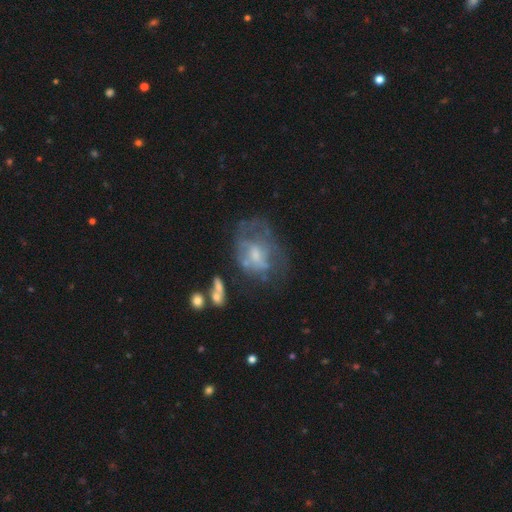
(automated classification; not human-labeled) Morphology: type=featured or disk (59%); edge-on=no (96%); bar=no (65%); spiral arms=no (64%); bulge=small (42%); merging=none (37%).